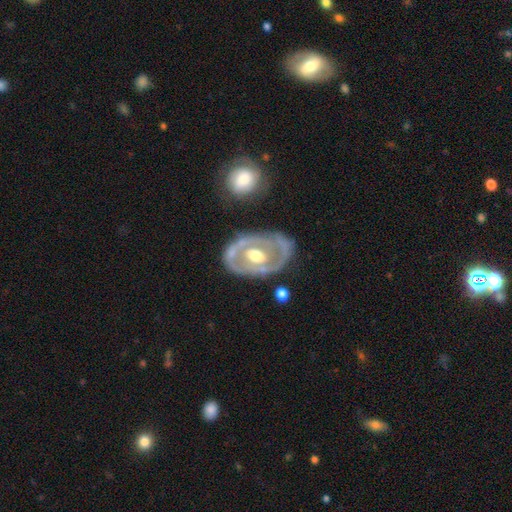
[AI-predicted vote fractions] Smooth or featured? Predicted: featured or disk (p=0.76). Edge-on disk? Predicted: no (p=0.94). Bar? Predicted: no (p=0.67). Spiral arms? Predicted: no (p=0.57). Bulge size? Predicted: moderate (p=0.68). Merging? Predicted: none (p=0.68).